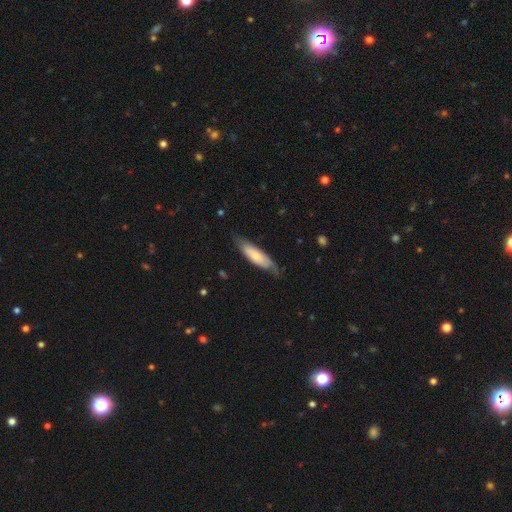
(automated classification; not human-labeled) Morphology: type=smooth (59%); roundness=cigar-shaped (54%); merging=none (66%).